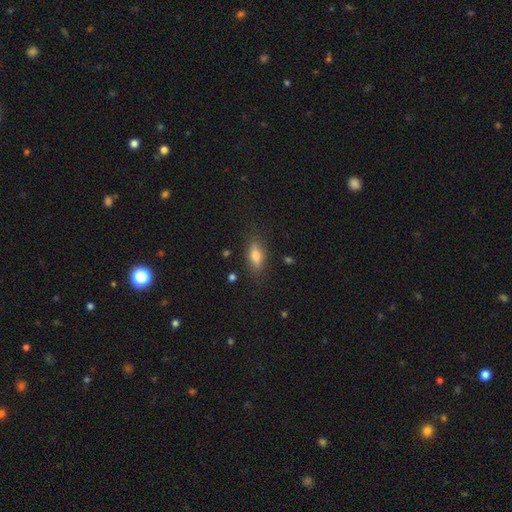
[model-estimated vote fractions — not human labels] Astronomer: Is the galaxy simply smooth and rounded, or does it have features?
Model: smooth — 68%.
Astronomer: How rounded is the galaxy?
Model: in between — 70%.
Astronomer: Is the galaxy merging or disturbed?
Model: none — 81%.